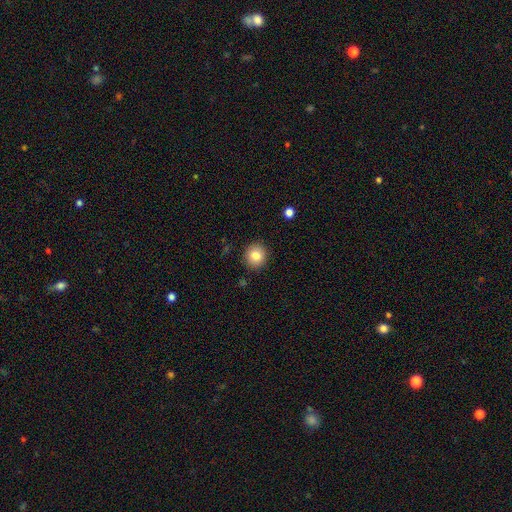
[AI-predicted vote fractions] Overall: smooth (82%). How rounded: round (86%). Merging: none (90%).